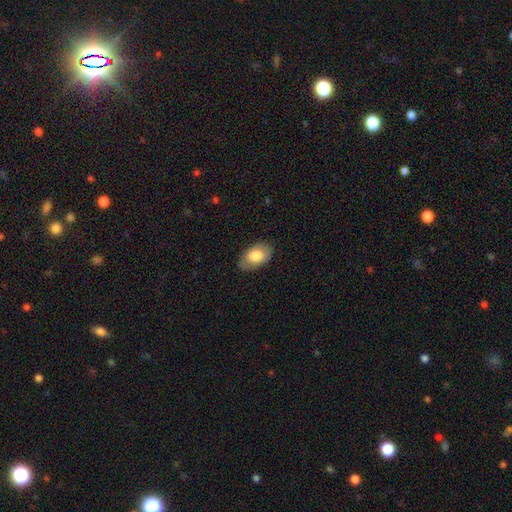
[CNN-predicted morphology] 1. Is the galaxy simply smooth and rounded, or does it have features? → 77% smooth, 17% featured or disk, 6% star or artifact.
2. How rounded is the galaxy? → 93% in between, 6% round, 1% cigar-shaped.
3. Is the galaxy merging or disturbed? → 82% none, 14% minor disturbance, 3% major disturbance, 1% merger.